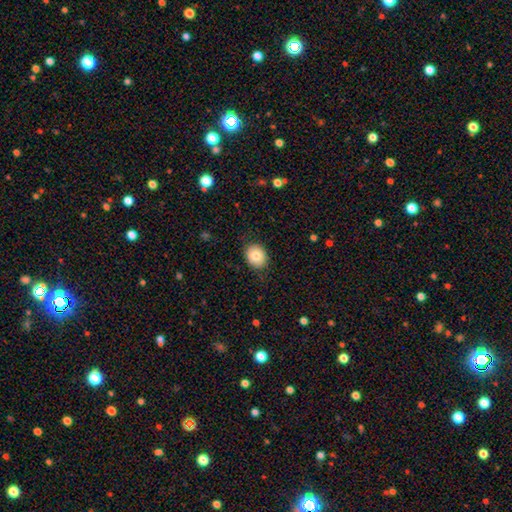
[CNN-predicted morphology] The model was most divided on "how rounded": round: 59%, in between: 41%, cigar-shaped: 1%. More confident: merging — none (83%); smooth or featured — smooth (82%).